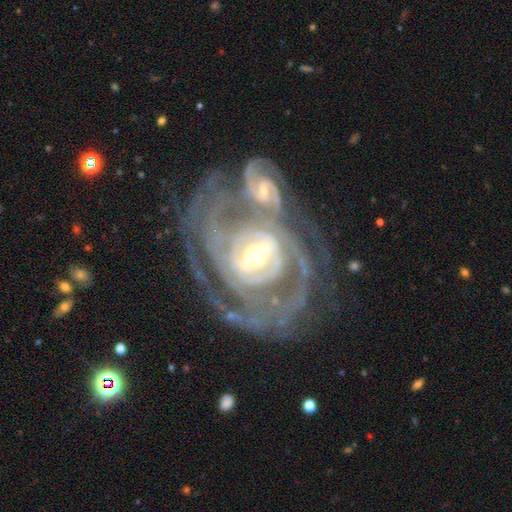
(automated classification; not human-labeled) A featured or disk galaxy (91%) with a strong bar (50%), 2 (36%) tight (62%) spiral arms (93%) and a moderate central bulge (53%).

Vote fractions:
- Smooth or featured? featured or disk: 91% / smooth: 5% / star or artifact: 4%
- Edge-on disk? no: 97% / yes: 3%
- Bar? strong: 50% / weak: 35% / no: 15%
- Spiral arms? yes: 93% / no: 7%
- Spiral winding? tight: 62% / medium: 29% / loose: 9%
- Spiral arm count? 2: 36% / can't tell: 27% / 3: 15% / 4: 8% / 1: 7% / more than 4: 7%
- Bulge size? moderate: 53% / small: 38% / large: 6% / none: 2% / dominant: 1%
- Merging? merger: 63% / none: 17% / major disturbance: 12% / minor disturbance: 8%